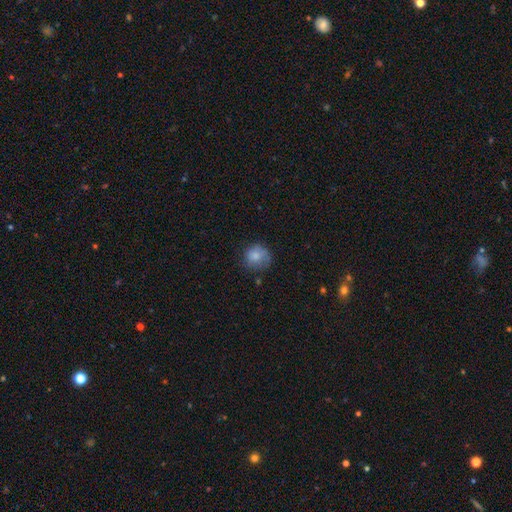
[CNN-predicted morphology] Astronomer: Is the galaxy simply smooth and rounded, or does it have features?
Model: smooth — 77%.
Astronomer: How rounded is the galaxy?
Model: round — 83%.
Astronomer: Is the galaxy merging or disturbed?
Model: none — 61%.